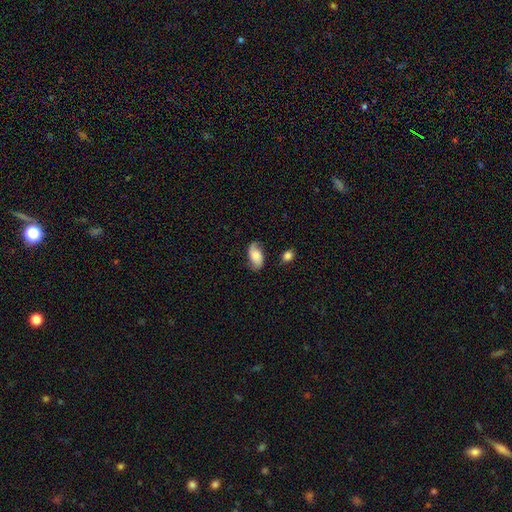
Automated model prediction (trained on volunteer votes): Q: Smooth or featured?
A: smooth (58%); runner-up: featured or disk (34%)
Q: How rounded?
A: in between (93%); runner-up: round (5%)
Q: Merging?
A: none (69%); runner-up: minor disturbance (22%)